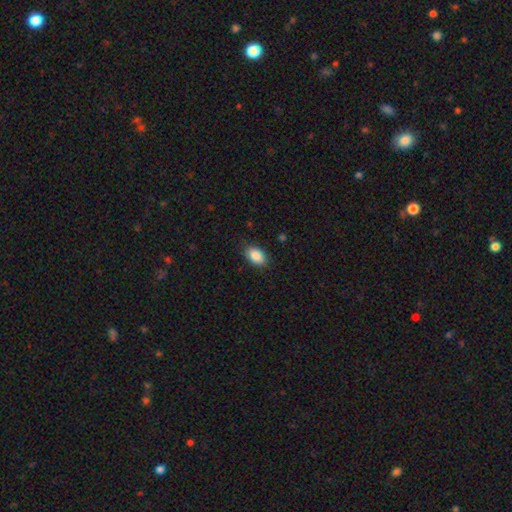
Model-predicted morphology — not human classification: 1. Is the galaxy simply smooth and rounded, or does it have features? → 88% smooth, 7% star or artifact, 4% featured or disk.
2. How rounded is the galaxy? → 90% in between, 9% round, 1% cigar-shaped.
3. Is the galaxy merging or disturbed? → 85% none, 12% minor disturbance, 3% major disturbance, 1% merger.